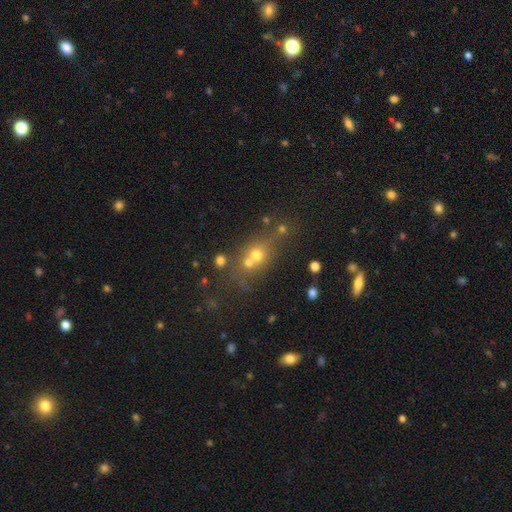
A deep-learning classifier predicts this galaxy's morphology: This is possibly a smooth galaxy (55%). How rounded: likely round (67%). Merging: possibly none (47%).